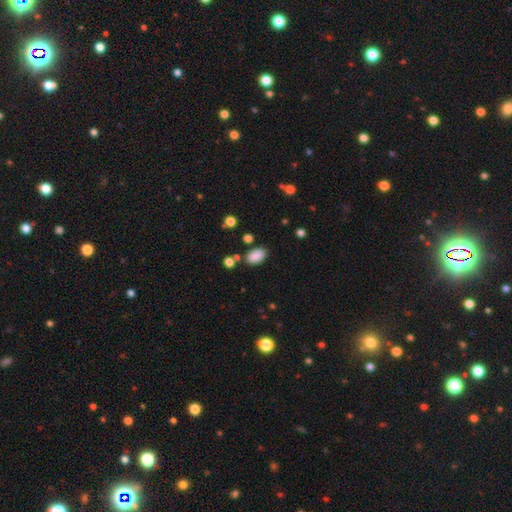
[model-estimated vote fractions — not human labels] Smooth or featured: smooth — 86% (star or artifact — 10%)
How rounded: in between — 91% (round — 8%)
Merging: none — 78% (minor disturbance — 13%)